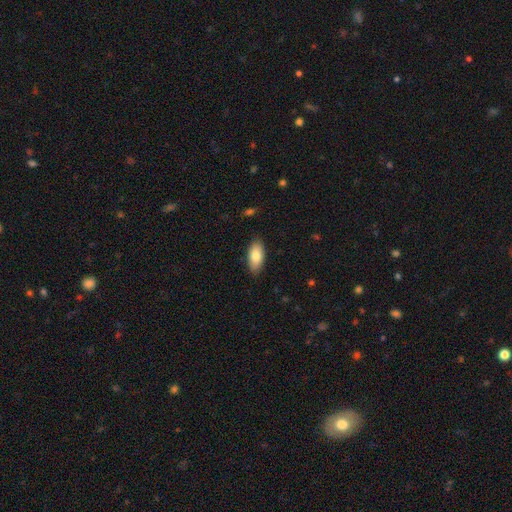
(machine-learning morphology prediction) The model was most divided on "smooth or featured": smooth: 82%, featured or disk: 12%, star or artifact: 6%. More confident: how rounded — in between (89%); merging — none (86%).